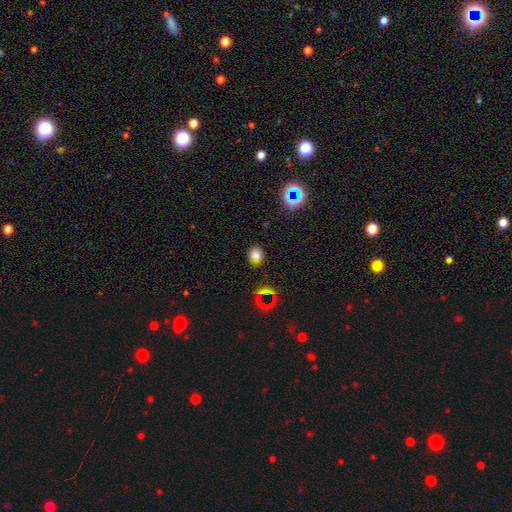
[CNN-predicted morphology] smooth_or_featured: smooth (p=0.76) [alt: star or artifact p=0.18]
how_rounded: round (p=0.66) [alt: in between p=0.33]
merging: none (p=0.82) [alt: minor disturbance p=0.12]